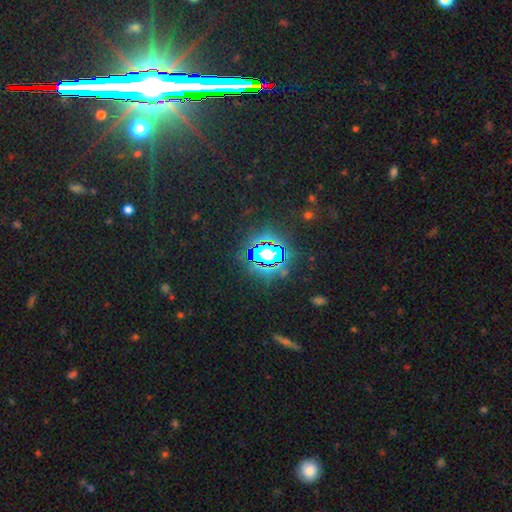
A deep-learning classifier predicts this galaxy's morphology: The model was most divided on "smooth or featured": star or artifact: 83%, smooth: 9%, featured or disk: 8%.